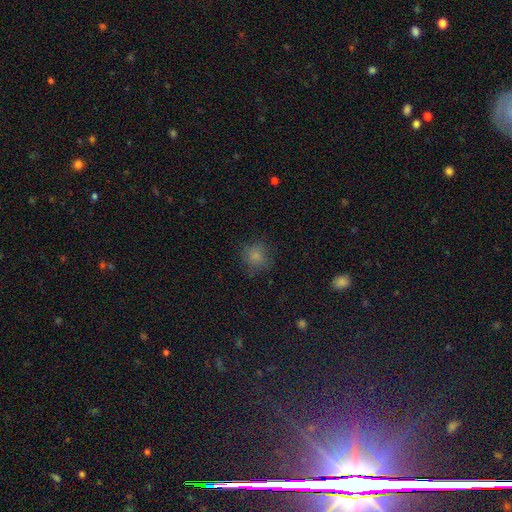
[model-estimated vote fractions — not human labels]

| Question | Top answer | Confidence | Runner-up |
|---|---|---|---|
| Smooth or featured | smooth | 79% | star or artifact (13%) |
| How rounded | round | 85% | in between (14%) |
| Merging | none | 74% | minor disturbance (18%) |